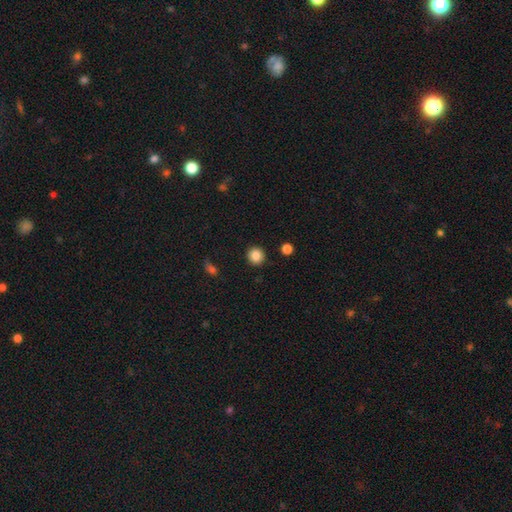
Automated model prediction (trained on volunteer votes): Overall: smooth (86%). How rounded: round (91%). Merging: none (90%).